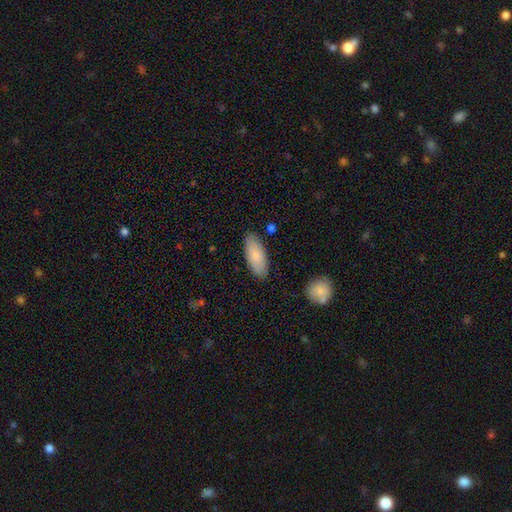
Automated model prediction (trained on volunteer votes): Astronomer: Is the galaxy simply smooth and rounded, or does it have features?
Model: smooth — 84%.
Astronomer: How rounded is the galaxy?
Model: in between — 83%.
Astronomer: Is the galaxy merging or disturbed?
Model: none — 85%.